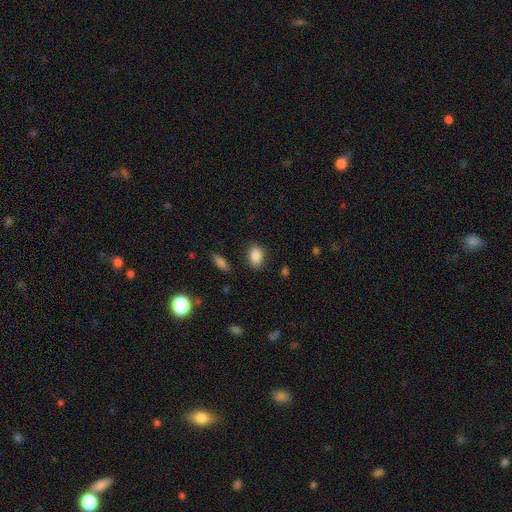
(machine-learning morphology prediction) smooth_or_featured: smooth (p=0.87) [alt: star or artifact p=0.08]
how_rounded: in between (p=0.83) [alt: round p=0.15]
merging: none (p=0.84) [alt: minor disturbance p=0.11]